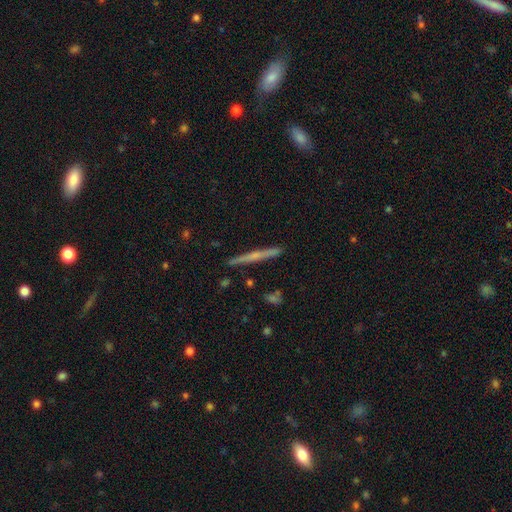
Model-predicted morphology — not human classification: Smooth or featured: featured or disk — 62% (smooth — 32%)
Edge-on disk: yes — 98% (no — 2%)
Edge-on bulge: rounded — 47% (none — 45%)
Merging: none — 90% (minor disturbance — 7%)